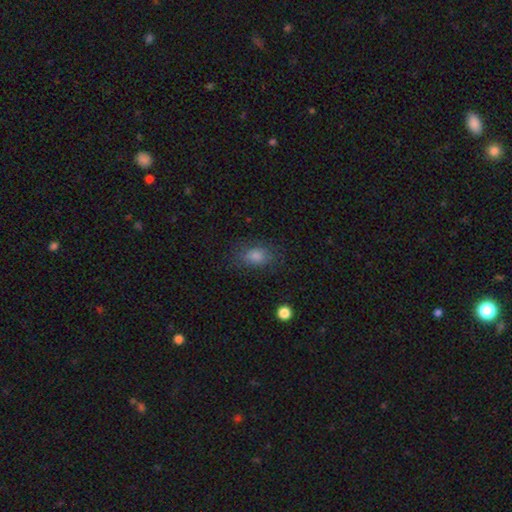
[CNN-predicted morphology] Smooth or featured? smooth (78%)
How rounded? in between (78%)
Merging? none (79%)